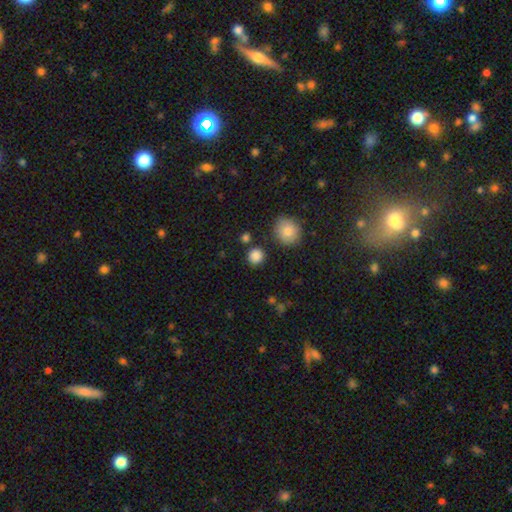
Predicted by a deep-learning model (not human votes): smooth 86%, star or artifact 11%, featured or disk 4%. Down the decision tree: how rounded — round (90%); merging — none (85%).